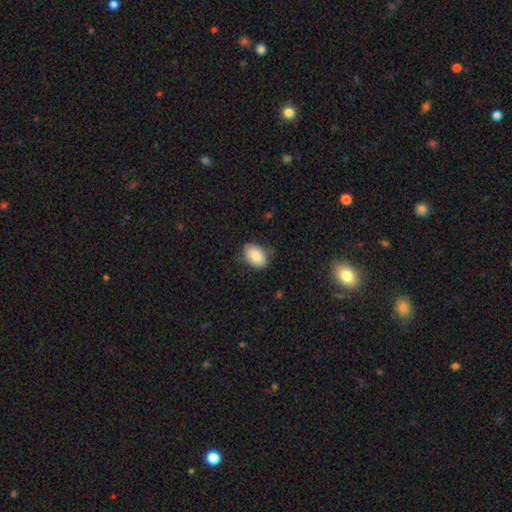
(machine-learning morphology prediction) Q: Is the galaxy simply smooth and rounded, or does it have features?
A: smooth — 75%.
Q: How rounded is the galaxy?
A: in between — 83%.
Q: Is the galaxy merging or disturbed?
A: none — 68%.